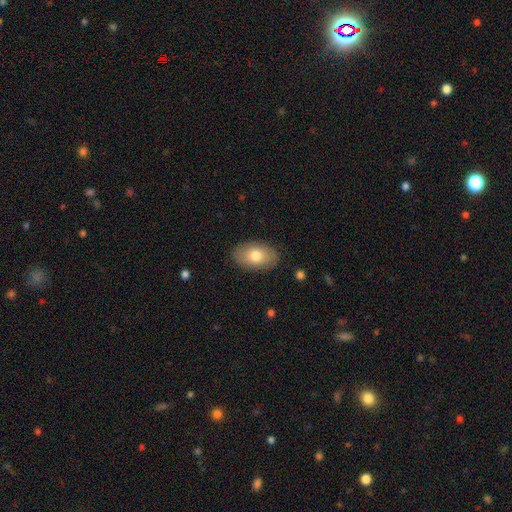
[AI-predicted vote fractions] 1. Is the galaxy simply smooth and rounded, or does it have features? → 76% smooth, 17% featured or disk, 7% star or artifact.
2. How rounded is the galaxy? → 91% in between, 8% round, 1% cigar-shaped.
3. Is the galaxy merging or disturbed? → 87% none, 10% minor disturbance, 3% major disturbance, 1% merger.